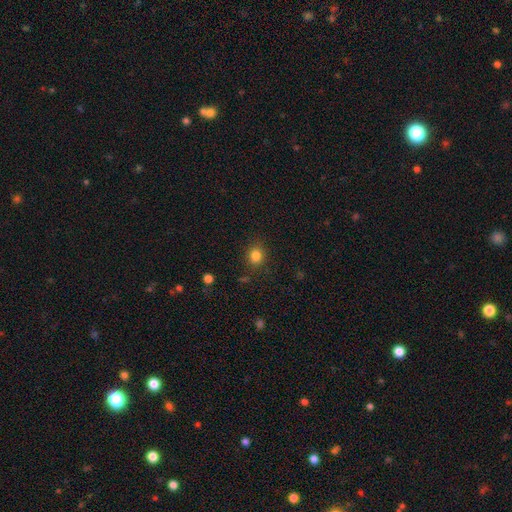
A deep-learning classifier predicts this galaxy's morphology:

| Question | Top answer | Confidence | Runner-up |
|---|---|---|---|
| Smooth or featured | smooth | 83% | star or artifact (12%) |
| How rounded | round | 75% | in between (24%) |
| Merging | none | 86% | minor disturbance (9%) |